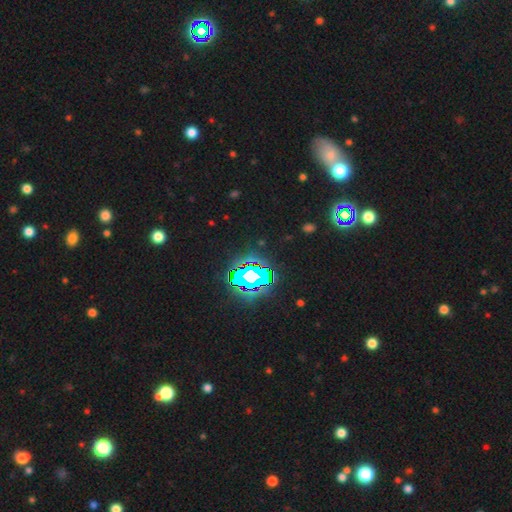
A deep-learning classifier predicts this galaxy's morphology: This is likely a star or artifact rather than a galaxy (79%).